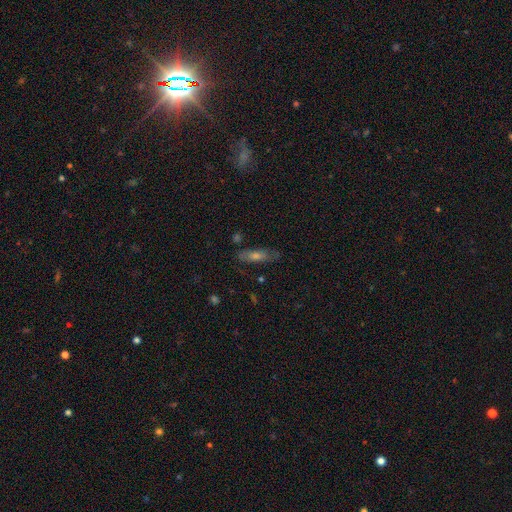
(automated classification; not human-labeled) A smooth galaxy with no disk features (45%).

Vote fractions:
- Smooth or featured? smooth: 45% / featured or disk: 41% / star or artifact: 13%
- Merging? none: 77% / minor disturbance: 16% / major disturbance: 4% / merger: 3%